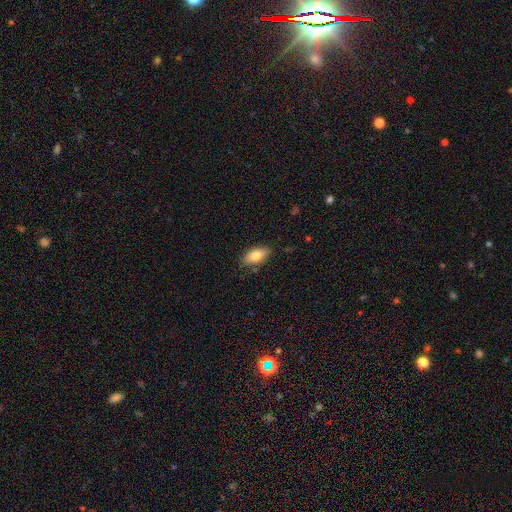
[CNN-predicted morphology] smooth-or-featured: smooth: 78% | featured or disk: 15% | star or artifact: 7%
  how-rounded: in between: 87% | cigar-shaped: 10% | round: 3%
  merging: none: 82% | minor disturbance: 14% | major disturbance: 2% | merger: 2%